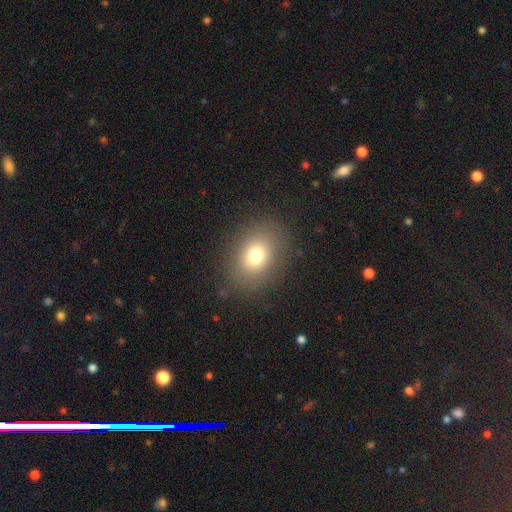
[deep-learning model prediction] Morphology: type=smooth (75%); roundness=in between (56%); merging=none (84%).